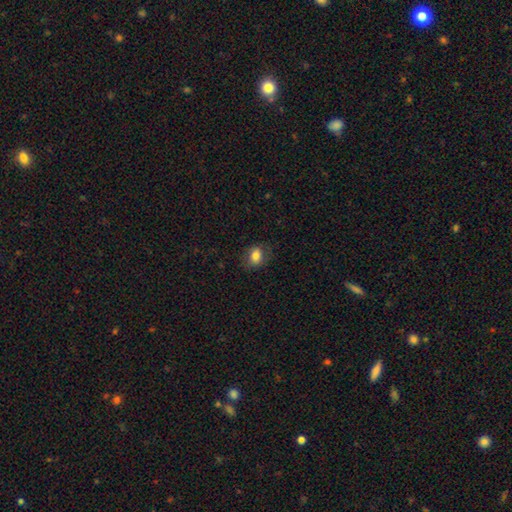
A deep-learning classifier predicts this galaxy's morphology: A smooth galaxy with no disk features (80%) that is in between round and cigar-shaped (62%). Merging: none (77%).